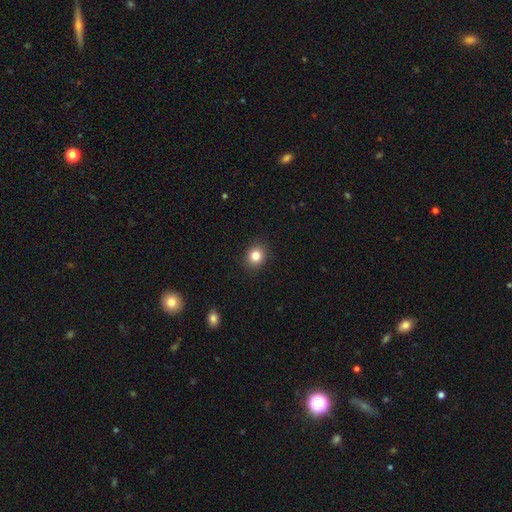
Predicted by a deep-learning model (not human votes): This is clearly a smooth galaxy (83%). How rounded: likely round (73%). Merging: clearly none (90%).